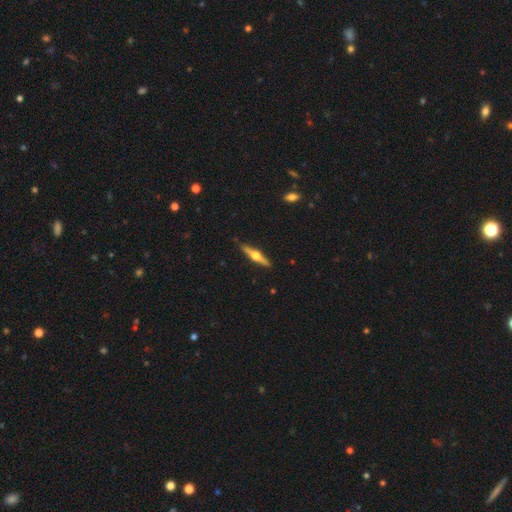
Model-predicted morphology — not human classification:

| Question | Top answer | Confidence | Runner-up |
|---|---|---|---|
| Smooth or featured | featured or disk | 75% | smooth (20%) |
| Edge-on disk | yes | 98% | no (2%) |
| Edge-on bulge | rounded | 95% | boxy (3%) |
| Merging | none | 90% | minor disturbance (7%) |